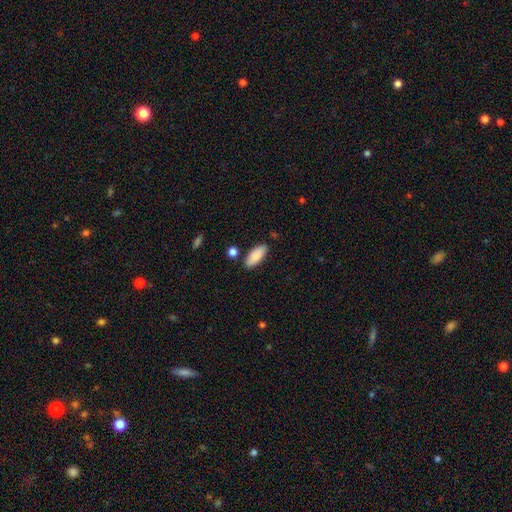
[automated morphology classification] This is clearly a smooth galaxy (88%). How rounded: clearly in between (81%). Merging: clearly none (83%).